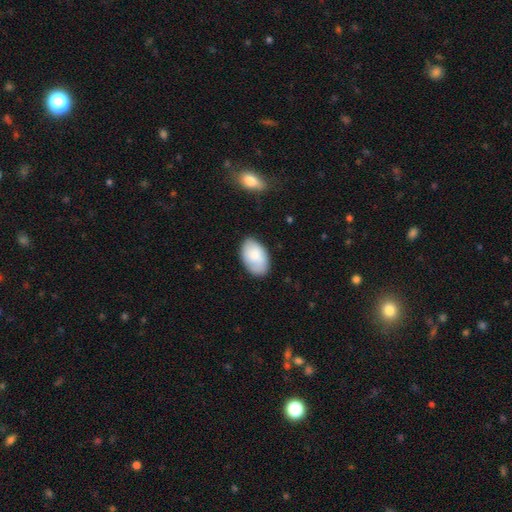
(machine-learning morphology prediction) Smooth or featured? Predicted: smooth (p=0.81). How rounded? Predicted: in between (p=0.93). Merging? Predicted: none (p=0.79).